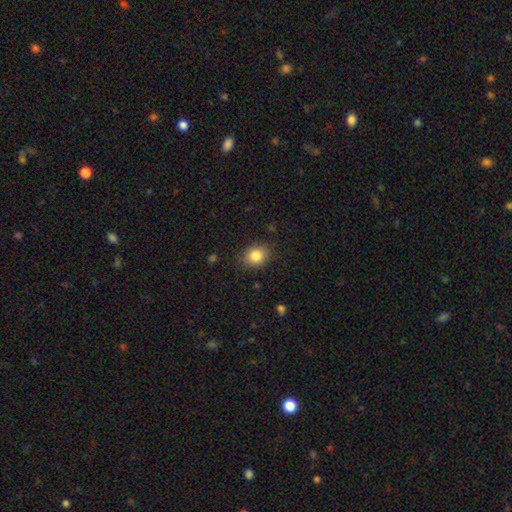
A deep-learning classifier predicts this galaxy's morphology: This appears to be a smooth galaxy with no disk features (84%) that is round (54%). Merging: none (84%).